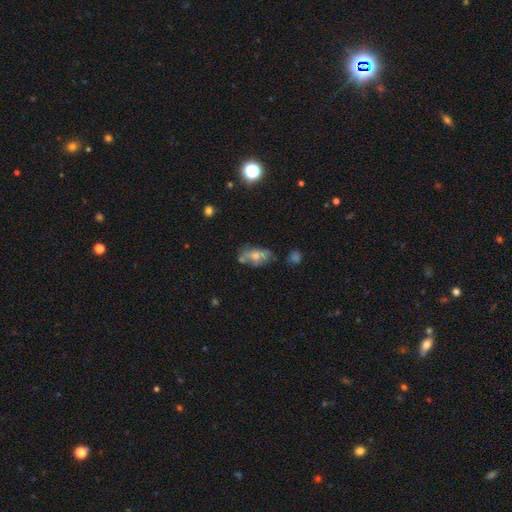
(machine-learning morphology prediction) Smooth or featured? Predicted: smooth (p=0.58). How rounded? Predicted: in between (p=0.86). Merging? Predicted: none (p=0.52).